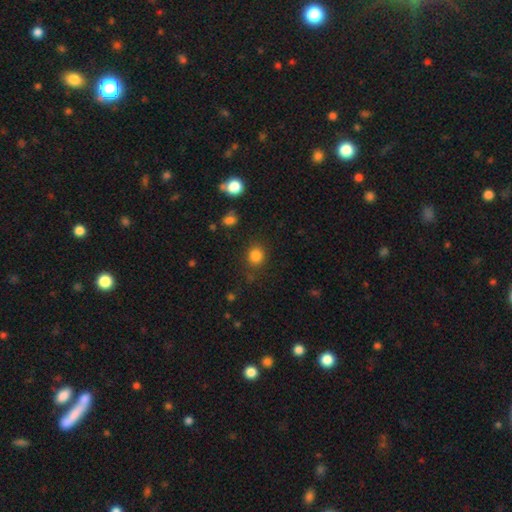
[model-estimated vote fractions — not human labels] This is clearly a smooth galaxy (83%). How rounded: clearly round (82%). Merging: clearly none (84%).